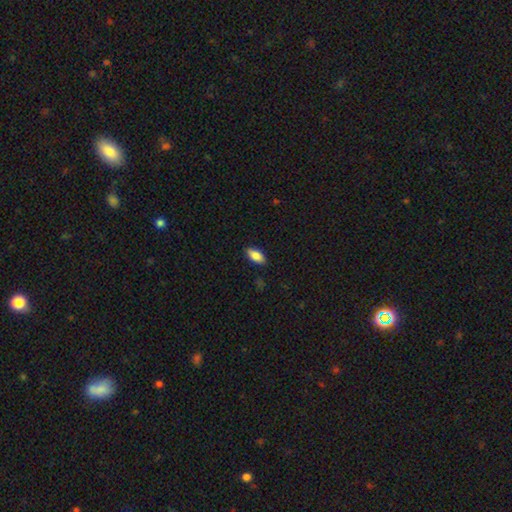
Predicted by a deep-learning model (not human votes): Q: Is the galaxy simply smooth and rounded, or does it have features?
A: smooth — 84%.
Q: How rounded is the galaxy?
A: in between — 89%.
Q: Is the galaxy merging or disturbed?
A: none — 87%.